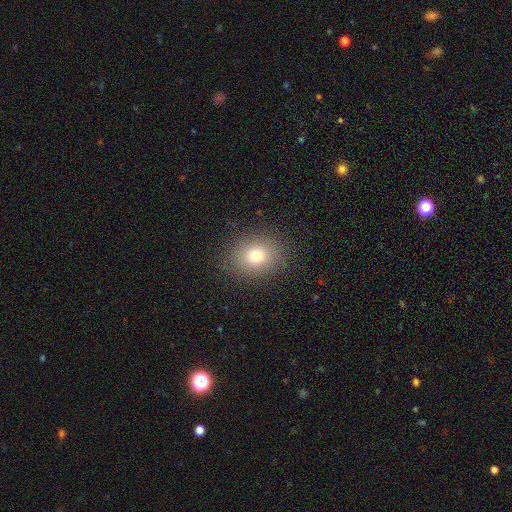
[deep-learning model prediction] Smooth or featured? smooth (78%)
How rounded? round (61%)
Merging? none (88%)